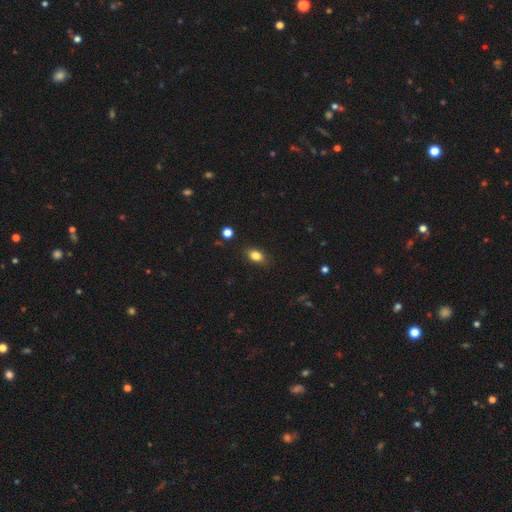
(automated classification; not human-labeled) This is clearly a smooth galaxy (83%). How rounded: clearly in between (80%). Merging: clearly none (85%).